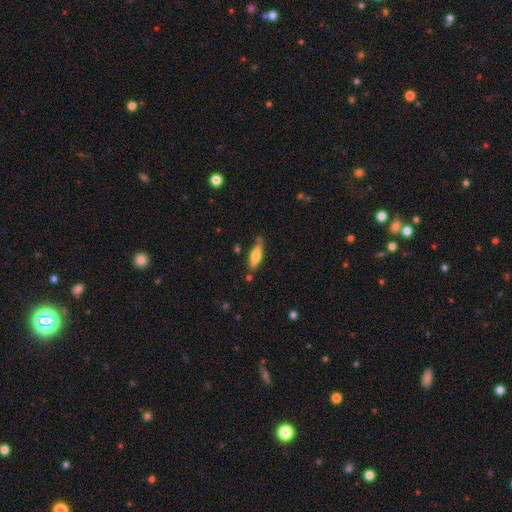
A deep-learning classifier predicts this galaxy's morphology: The model was most divided on "smooth or featured": smooth: 60%, featured or disk: 34%, star or artifact: 6%. More confident: merging — none (73%); how rounded — cigar-shaped (65%).